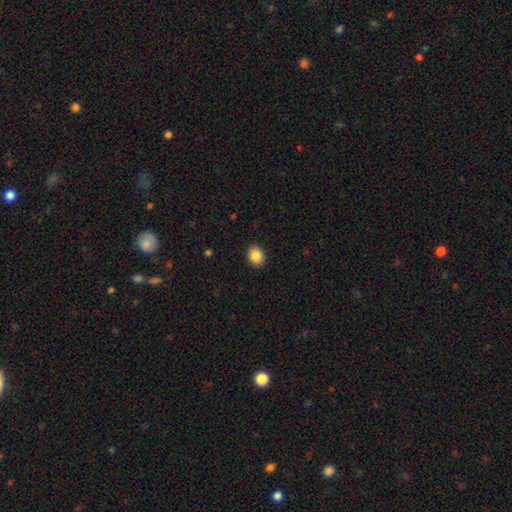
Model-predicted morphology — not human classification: Q: Smooth or featured?
A: smooth (87%); runner-up: star or artifact (9%)
Q: How rounded?
A: round (50%); runner-up: in between (49%)
Q: Merging?
A: none (90%); runner-up: minor disturbance (7%)